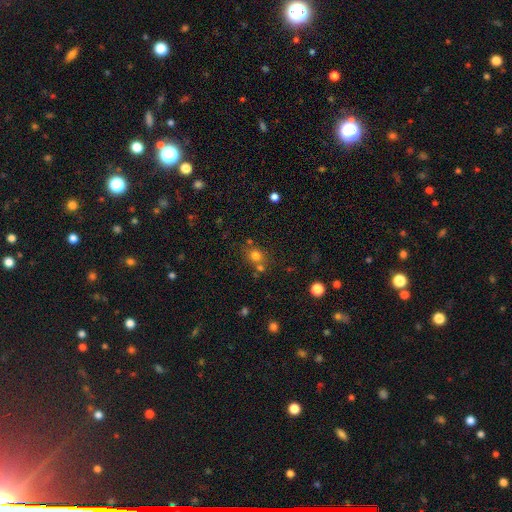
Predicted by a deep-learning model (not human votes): Smooth or featured: smooth — 73% (star or artifact — 18%)
How rounded: round — 77% (in between — 22%)
Merging: none — 64% (merger — 21%)